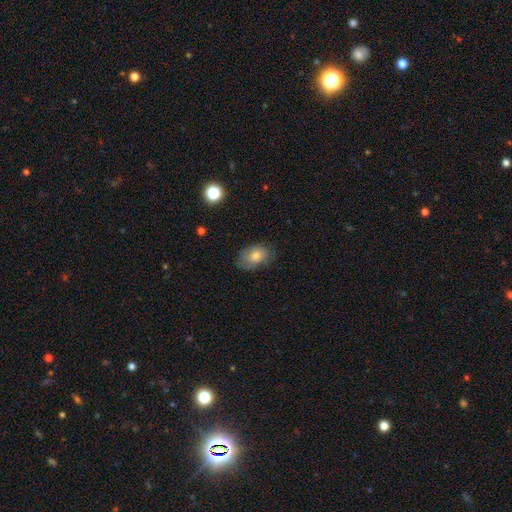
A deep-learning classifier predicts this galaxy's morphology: A smooth galaxy with no disk features (64%) that is in between round and cigar-shaped (82%). Merging: none (69%).